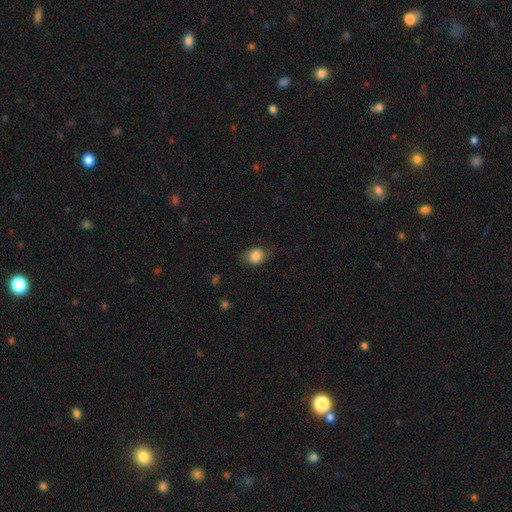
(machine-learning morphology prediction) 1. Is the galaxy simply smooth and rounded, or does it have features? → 82% smooth, 9% featured or disk, 8% star or artifact.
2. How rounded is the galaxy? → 54% in between, 44% round, 1% cigar-shaped.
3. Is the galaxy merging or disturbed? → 67% none, 24% minor disturbance, 7% major disturbance, 1% merger.